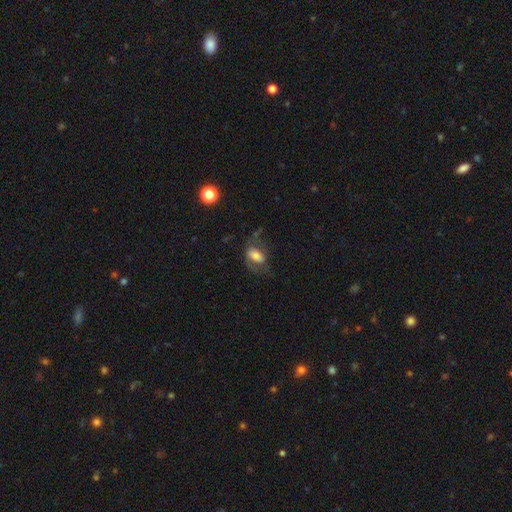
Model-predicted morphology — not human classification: Q: Smooth or featured?
A: smooth (60%); runner-up: featured or disk (31%)
Q: How rounded?
A: in between (86%); runner-up: round (11%)
Q: Merging?
A: none (44%); runner-up: major disturbance (29%)